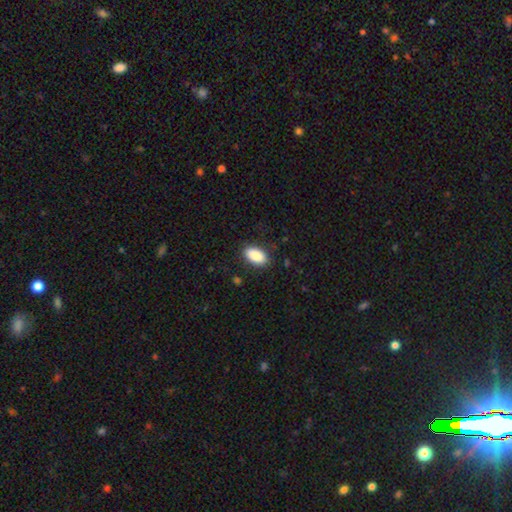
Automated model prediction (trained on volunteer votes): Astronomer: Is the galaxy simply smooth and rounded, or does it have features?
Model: smooth — 89%.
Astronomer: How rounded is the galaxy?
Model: in between — 93%.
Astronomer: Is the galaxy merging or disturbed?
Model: none — 85%.